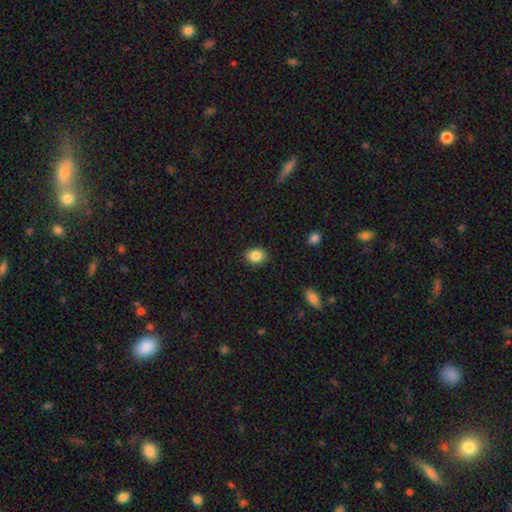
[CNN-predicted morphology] A smooth galaxy with no disk features (85%) that is in between round and cigar-shaped (61%).

Vote fractions:
- Smooth or featured? smooth: 85% / star or artifact: 9% / featured or disk: 6%
- How rounded? in between: 61% / round: 38% / cigar-shaped: 1%
- Merging? none: 88% / minor disturbance: 9% / major disturbance: 2% / merger: 1%